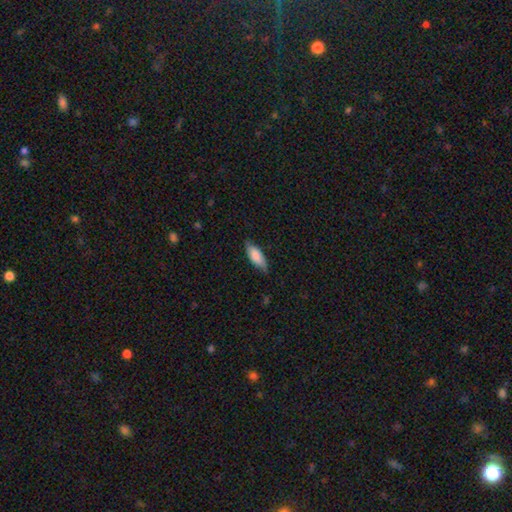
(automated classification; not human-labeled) Smooth or featured? Predicted: smooth (p=0.77). How rounded? Predicted: in between (p=0.77). Merging? Predicted: none (p=0.71).